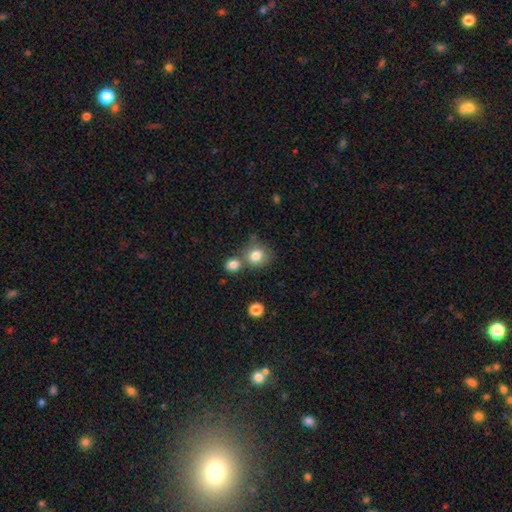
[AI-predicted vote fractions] Overall: smooth (81%). How rounded: round (74%). Merging: none (54%; merger 28%).